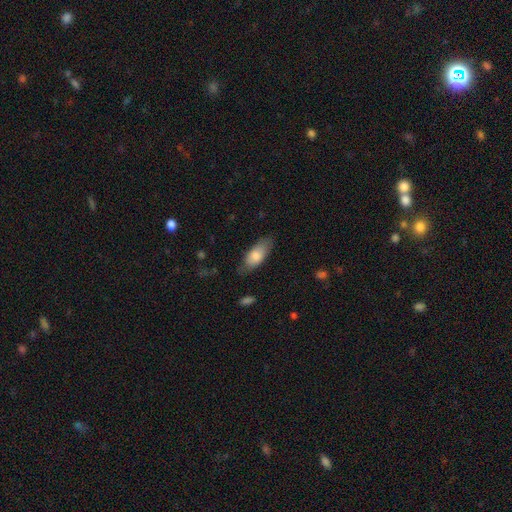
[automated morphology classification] Smooth or featured: smooth — 77% (featured or disk — 17%)
How rounded: in between — 82% (cigar-shaped — 16%)
Merging: none — 71% (minor disturbance — 22%)